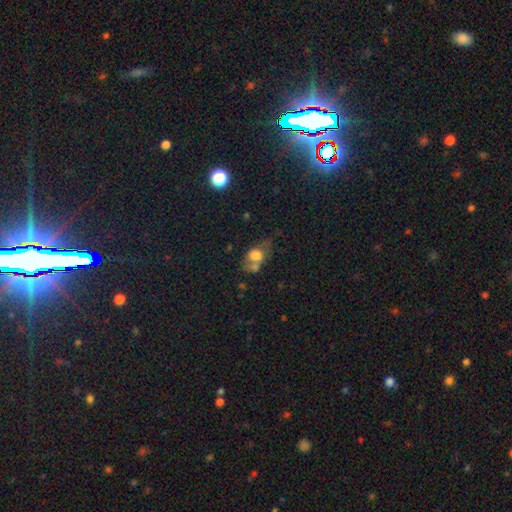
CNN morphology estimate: A smooth galaxy with no disk features (64%) that is in between round and cigar-shaped (66%).

Vote fractions:
- Smooth or featured? smooth: 64% / featured or disk: 25% / star or artifact: 11%
- How rounded? in between: 66% / round: 32% / cigar-shaped: 2%
- Merging? merger: 34% / none: 33% / minor disturbance: 20% / major disturbance: 13%